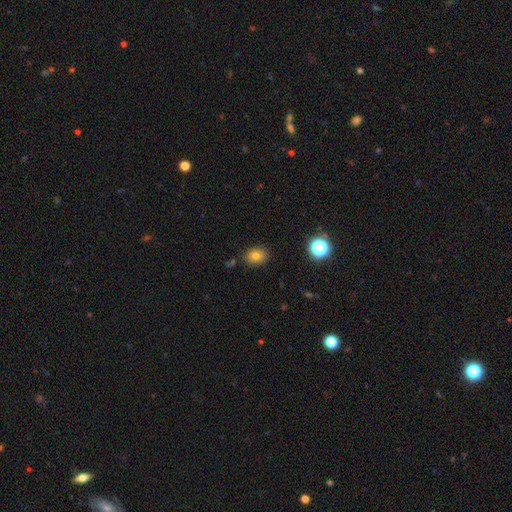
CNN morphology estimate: smooth-or-featured: smooth: 76% | star or artifact: 15% | featured or disk: 9%
  how-rounded: in between: 50% | round: 49% | cigar-shaped: 1%
  merging: none: 84% | minor disturbance: 11% | major disturbance: 3% | merger: 2%